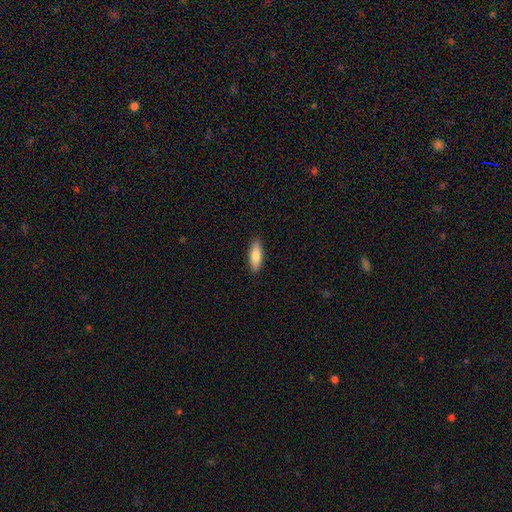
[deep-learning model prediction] Overall: smooth (77%). How rounded: in between (56%; cigar-shaped 42%). Merging: none (89%).